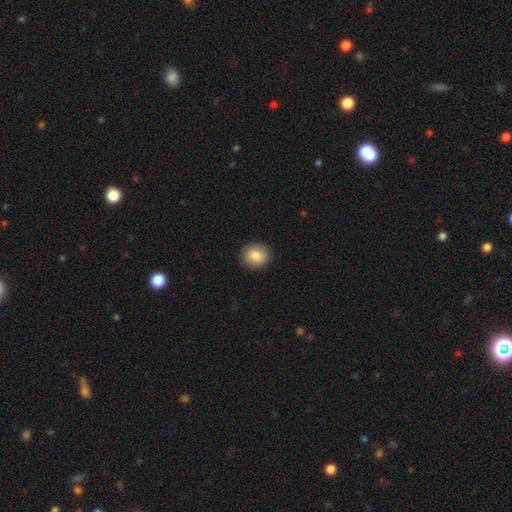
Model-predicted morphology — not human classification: smooth_or_featured: smooth (p=0.85) [alt: star or artifact p=0.08]
how_rounded: round (p=0.84) [alt: in between p=0.15]
merging: none (p=0.92) [alt: minor disturbance p=0.06]